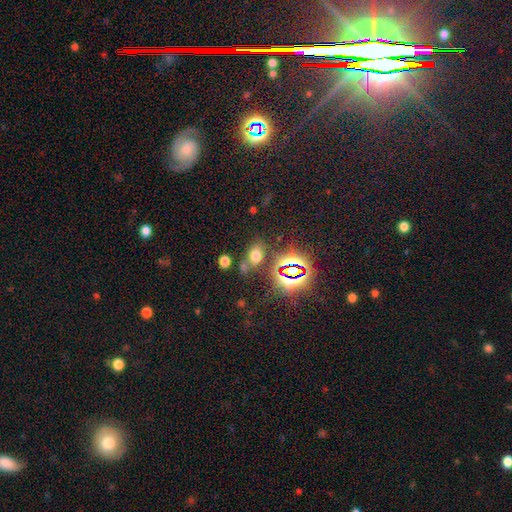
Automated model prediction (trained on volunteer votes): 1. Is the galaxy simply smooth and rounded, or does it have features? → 58% smooth, 32% star or artifact, 10% featured or disk.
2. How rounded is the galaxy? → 74% in between, 24% round, 2% cigar-shaped.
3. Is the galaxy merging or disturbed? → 69% none, 13% minor disturbance, 12% merger, 6% major disturbance.